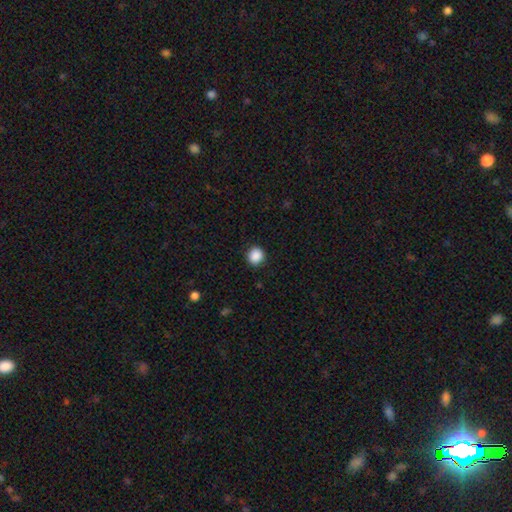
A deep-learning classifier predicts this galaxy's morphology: This appears to be a smooth galaxy with no disk features (89%) that is round (87%). Merging: none (91%).